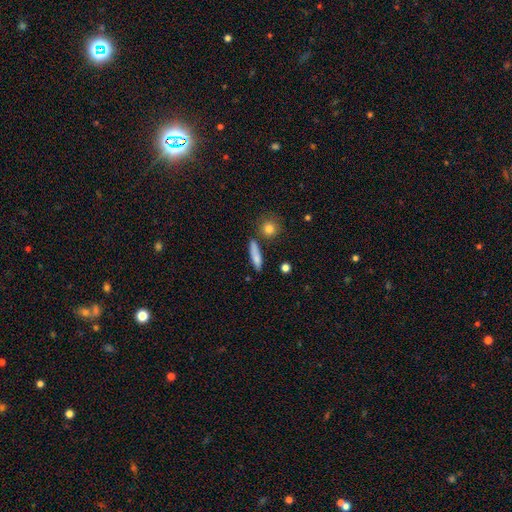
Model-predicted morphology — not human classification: type=smooth (80%); roundness=cigar-shaped (70%); merging=none (75%).